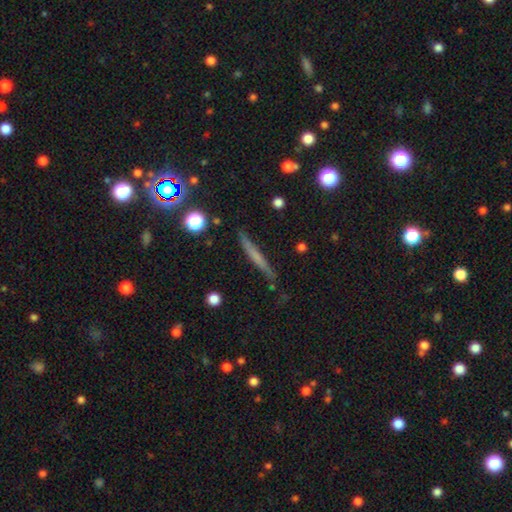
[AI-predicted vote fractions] This is possibly a smooth galaxy (47%). Merging: clearly none (85%).